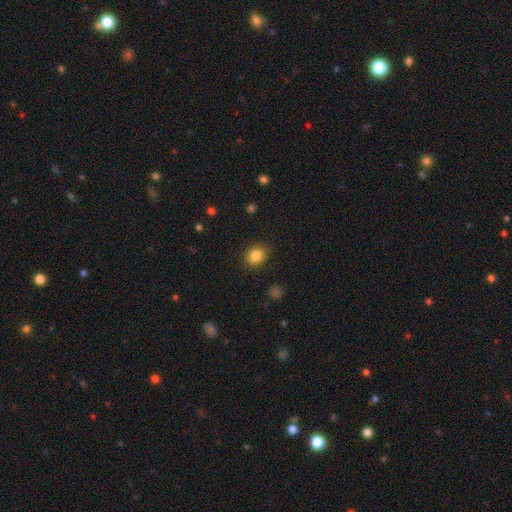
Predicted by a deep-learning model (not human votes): smooth_or_featured: smooth (p=0.85) [alt: star or artifact p=0.10]
how_rounded: round (p=0.59) [alt: in between p=0.40]
merging: none (p=0.87) [alt: minor disturbance p=0.09]